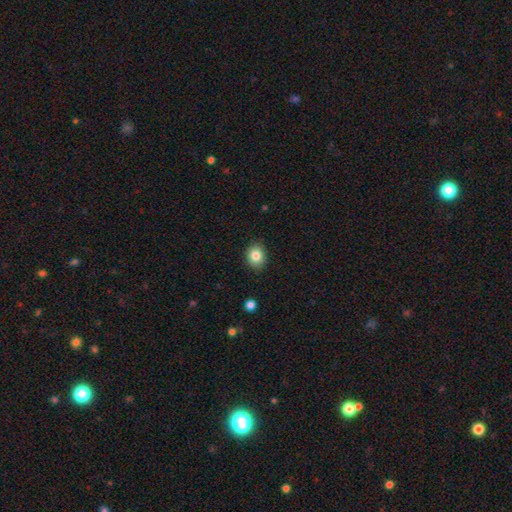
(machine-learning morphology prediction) Smooth or featured? smooth (84%)
How rounded? round (61%)
Merging? none (88%)